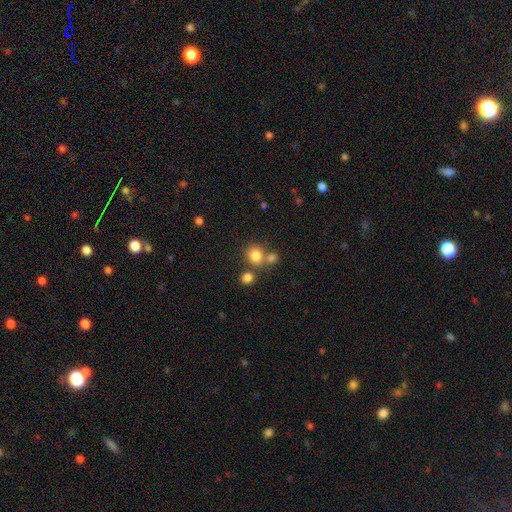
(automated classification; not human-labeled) Smooth or featured? smooth (79%)
How rounded? round (83%)
Merging? none (60%)